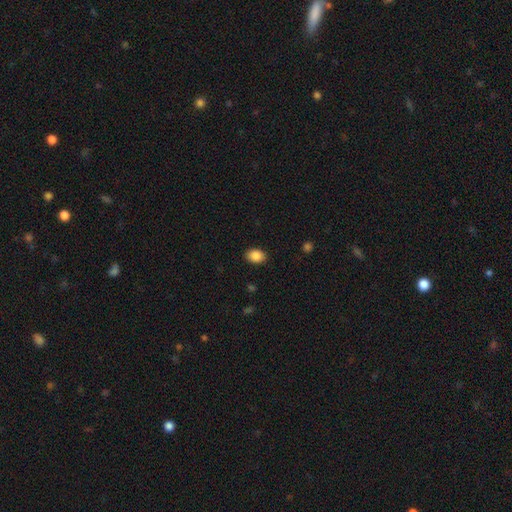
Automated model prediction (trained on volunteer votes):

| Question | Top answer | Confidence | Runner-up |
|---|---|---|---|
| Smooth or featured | smooth | 88% | star or artifact (8%) |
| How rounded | in between | 77% | round (22%) |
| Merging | none | 89% | minor disturbance (8%) |